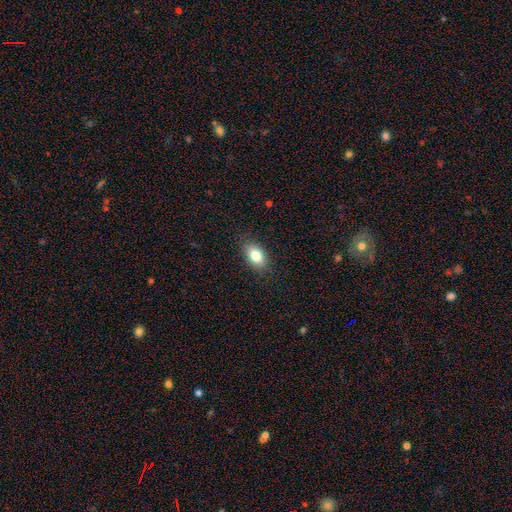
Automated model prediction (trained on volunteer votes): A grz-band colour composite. It shows a smooth galaxy with no disk features (82%) that is in between round and cigar-shaped (88%). Merging: none (85%).